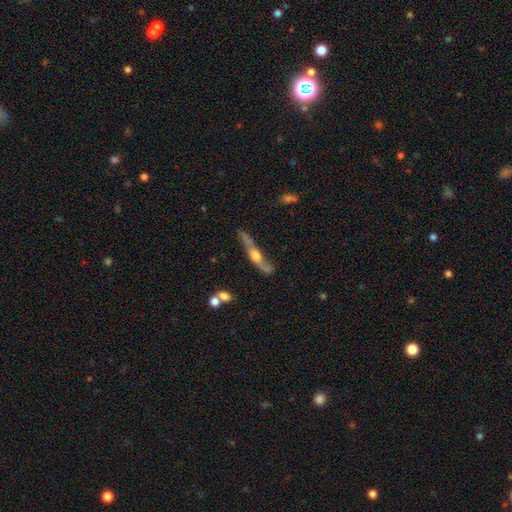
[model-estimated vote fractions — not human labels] Q: Smooth or featured?
A: featured or disk (69%); runner-up: smooth (24%)
Q: Edge-on disk?
A: yes (78%); runner-up: no (22%)
Q: Edge-on bulge?
A: rounded (85%); runner-up: boxy (9%)
Q: Merging?
A: none (61%); runner-up: minor disturbance (22%)